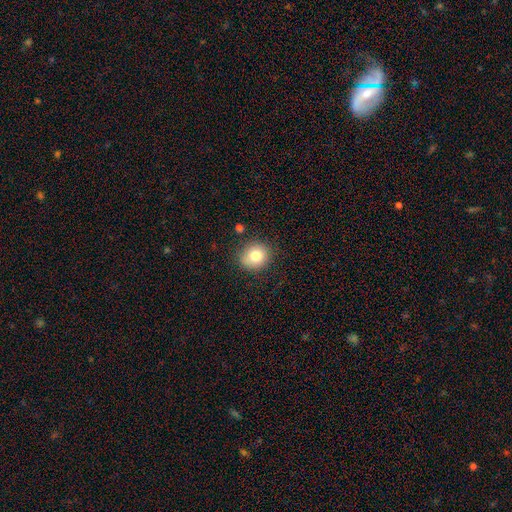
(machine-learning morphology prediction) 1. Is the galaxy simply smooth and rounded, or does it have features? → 80% smooth, 10% star or artifact, 10% featured or disk.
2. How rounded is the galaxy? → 82% round, 17% in between, 1% cigar-shaped.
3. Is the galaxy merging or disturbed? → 82% none, 12% minor disturbance, 3% major disturbance, 2% merger.